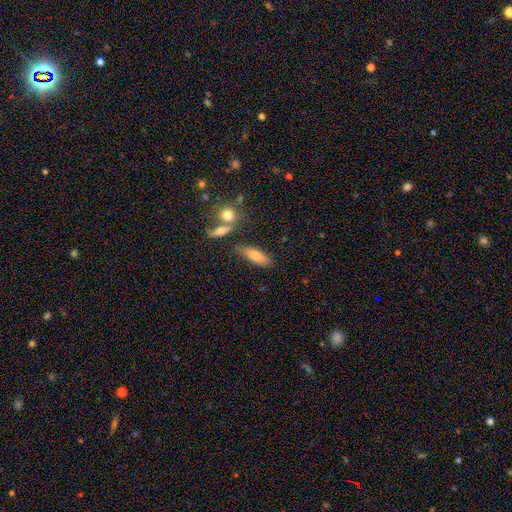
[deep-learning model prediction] This is likely a smooth galaxy (77%). How rounded: possibly in between (60%). Merging: likely none (70%).